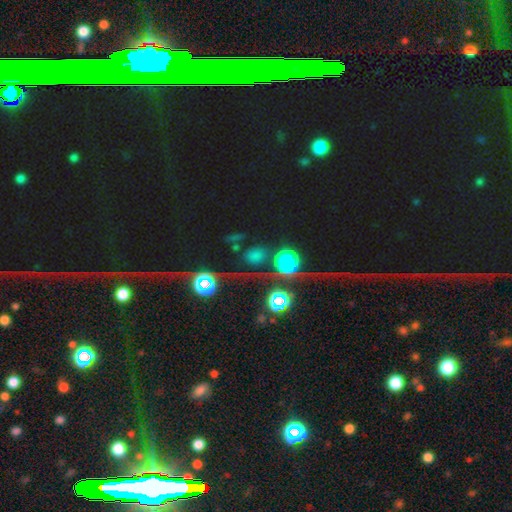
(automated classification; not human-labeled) The model was most divided on "smooth or featured": star or artifact: 46%, smooth: 37%, featured or disk: 17%.